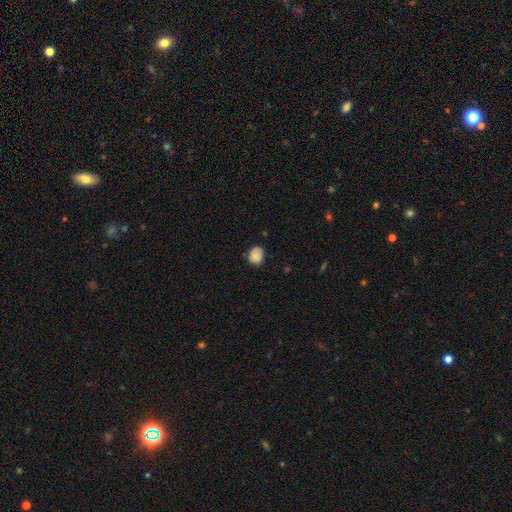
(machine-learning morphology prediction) A smooth galaxy with no disk features (82%) that is round (60%). Merging: none (69%).